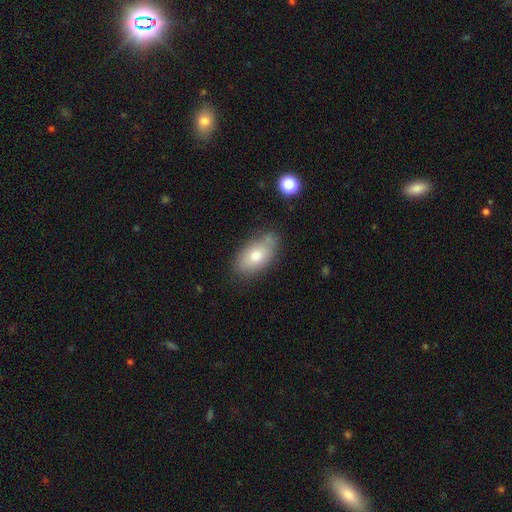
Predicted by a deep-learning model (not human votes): The model was most divided on "merging": none: 70%, minor disturbance: 20%, merger: 6%, major disturbance: 4%. More confident: how rounded — in between (91%); smooth or featured — smooth (74%).